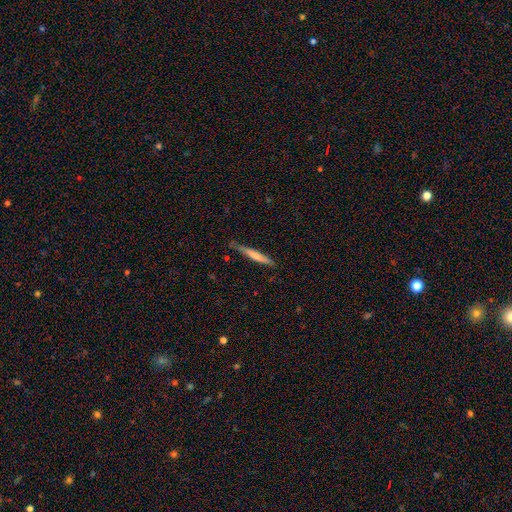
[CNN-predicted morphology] Smooth or featured: smooth — 61% (featured or disk — 34%)
How rounded: cigar-shaped — 95% (in between — 4%)
Merging: none — 73% (minor disturbance — 21%)